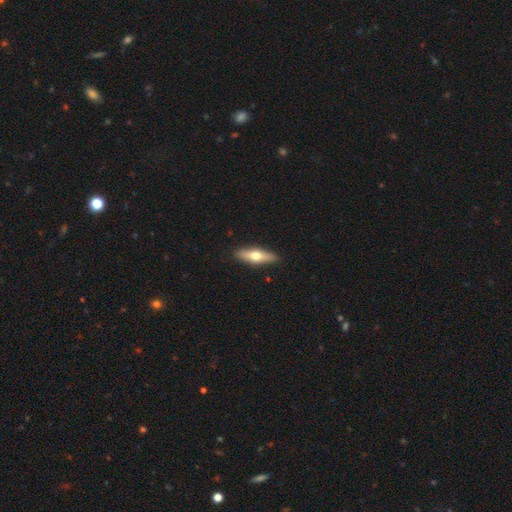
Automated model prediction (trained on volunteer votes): This appears to be a smooth galaxy with no disk features (51%) that is cigar-shaped (59%). Merging: none (90%).